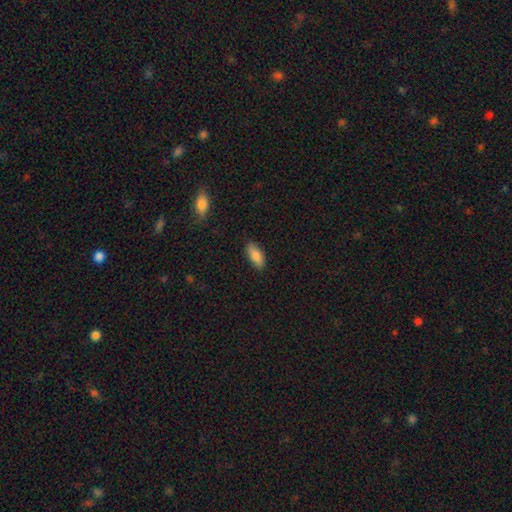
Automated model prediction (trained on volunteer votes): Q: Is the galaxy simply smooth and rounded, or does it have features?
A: smooth — 83%.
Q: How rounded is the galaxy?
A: in between — 82%.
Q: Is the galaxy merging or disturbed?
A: none — 86%.